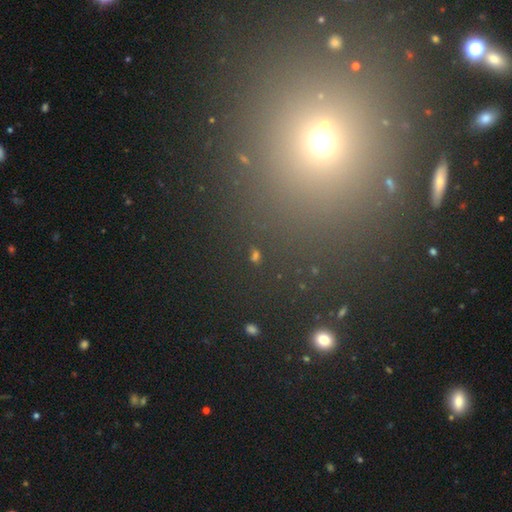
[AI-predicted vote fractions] smooth_or_featured: star or artifact (p=0.50) [alt: smooth p=0.41]